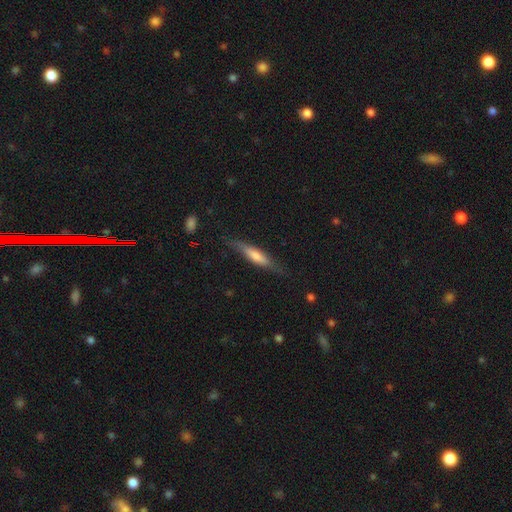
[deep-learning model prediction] The model was most divided on "smooth or featured": smooth: 49%, featured or disk: 45%, star or artifact: 6%. More confident: merging — none (79%).